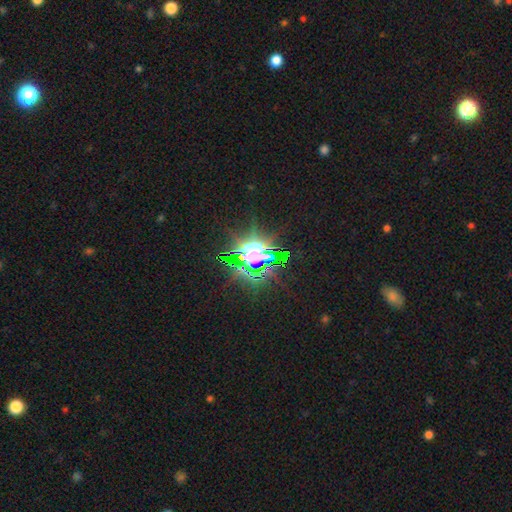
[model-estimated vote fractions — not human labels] This appears to be a star or artifact, not a galaxy (79%).